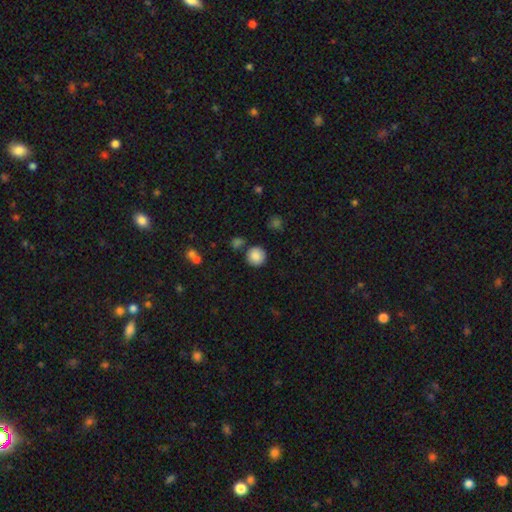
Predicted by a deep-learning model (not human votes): Smooth or featured? Predicted: smooth (p=0.87). How rounded? Predicted: round (p=0.93). Merging? Predicted: none (p=0.82).